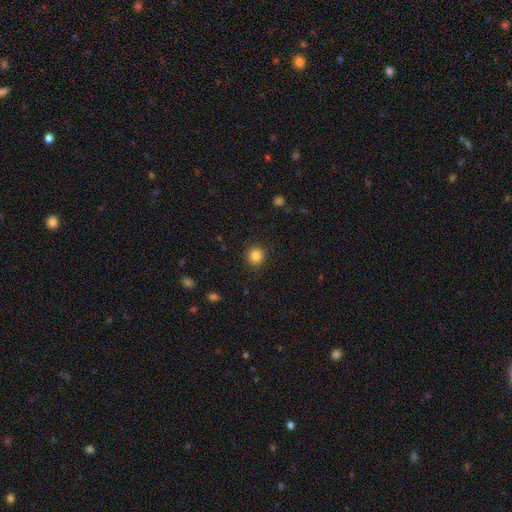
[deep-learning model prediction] Morphology: type=smooth (85%); roundness=round (91%); merging=none (90%).